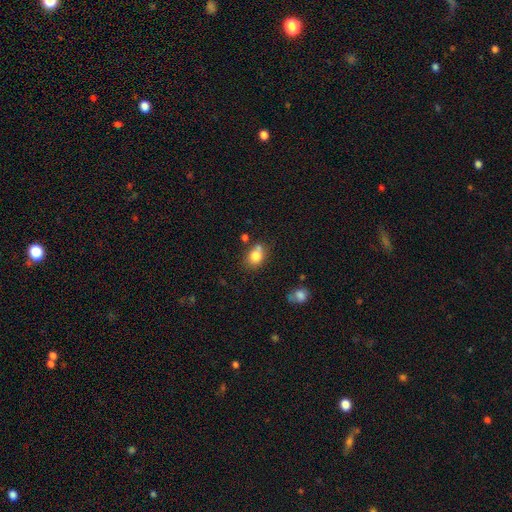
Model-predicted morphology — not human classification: The model was most divided on "how rounded": in between: 58%, round: 41%, cigar-shaped: 1%. More confident: smooth or featured — smooth (79%); merging — none (52%).